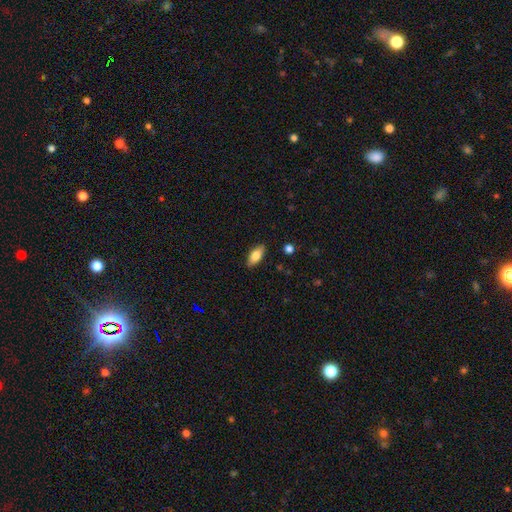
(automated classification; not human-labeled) smooth 78%, featured or disk 15%, star or artifact 7%. Down the decision tree: how rounded — in between (87%); merging — none (87%).